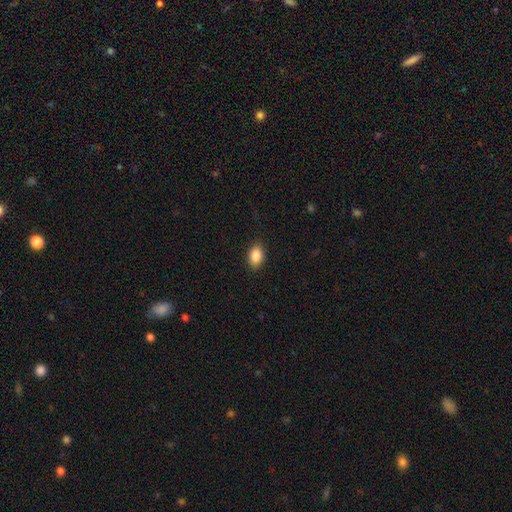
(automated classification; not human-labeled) Morphology: type=smooth (87%); roundness=in between (84%); merging=none (88%).